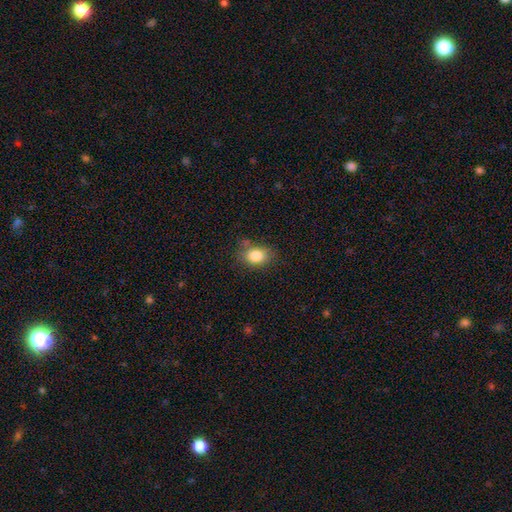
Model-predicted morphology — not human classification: smooth_or_featured: smooth (p=0.84) [alt: star or artifact p=0.10]
how_rounded: in between (p=0.63) [alt: round p=0.36]
merging: none (p=0.73) [alt: minor disturbance p=0.18]